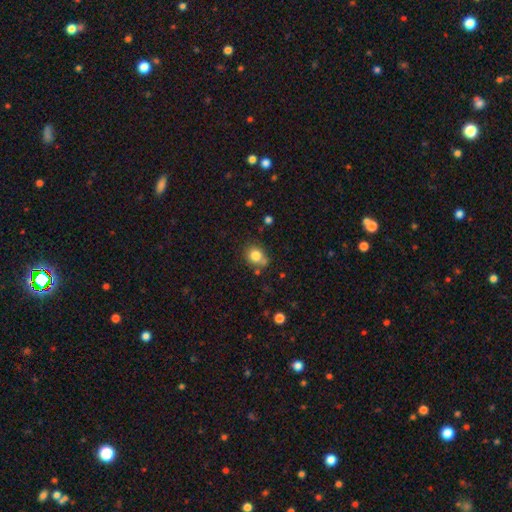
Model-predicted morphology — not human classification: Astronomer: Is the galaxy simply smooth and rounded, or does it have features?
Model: smooth — 82%.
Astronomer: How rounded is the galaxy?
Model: round — 67%.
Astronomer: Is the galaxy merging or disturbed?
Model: none — 65%.